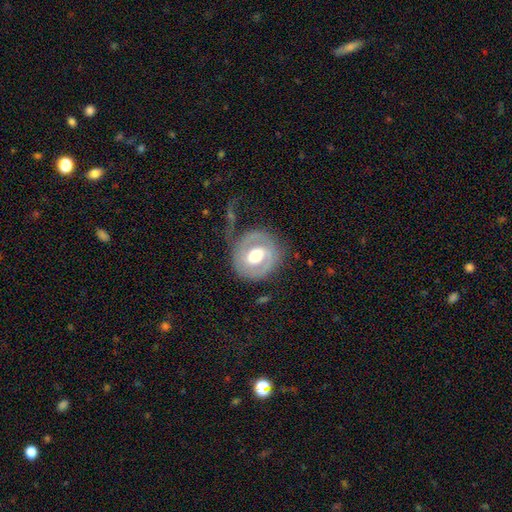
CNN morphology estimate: Smooth or featured: featured or disk — 70% (smooth — 24%)
Edge-on disk: no — 96% (yes — 4%)
Bar: weak — 43% (no — 35%)
Spiral arms: yes — 71% (no — 29%)
Bulge size: moderate — 66% (large — 25%)
Merging: none — 61% (minor disturbance — 19%)